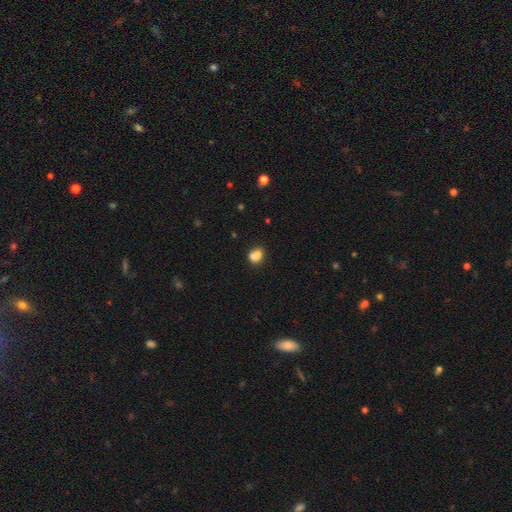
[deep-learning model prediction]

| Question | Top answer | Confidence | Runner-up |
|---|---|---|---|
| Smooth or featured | smooth | 75% | featured or disk (14%) |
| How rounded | round | 53% | in between (46%) |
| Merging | merger | 44% | none (37%) |